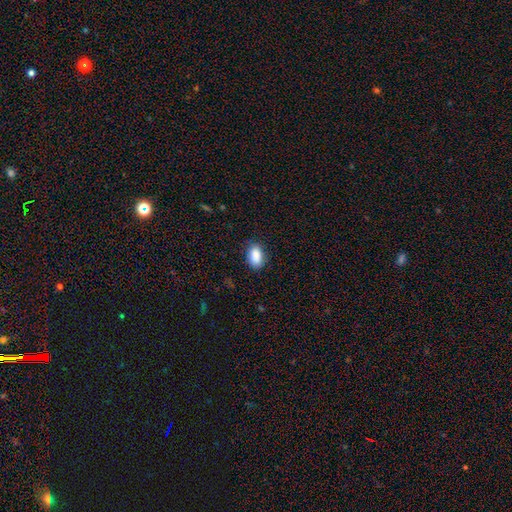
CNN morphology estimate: smooth-or-featured: smooth: 88% | star or artifact: 7% | featured or disk: 4%
  how-rounded: in between: 90% | round: 7% | cigar-shaped: 2%
  merging: none: 82% | minor disturbance: 14% | major disturbance: 3% | merger: 1%